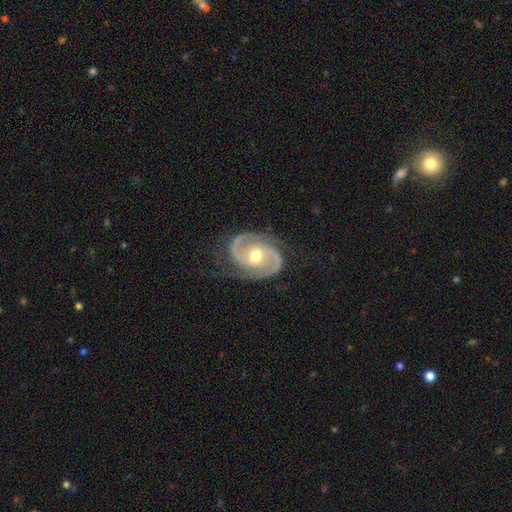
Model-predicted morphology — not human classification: Overall: featured or disk (92%). Edge-on disk: no (98%). Bar: no (51%; weak 37%). Spiral arms: yes (98%). Spiral arm count: 2 (93%). Spiral winding: medium (56%; tight 30%). Bulge size: moderate (75%). Merging: none (78%).